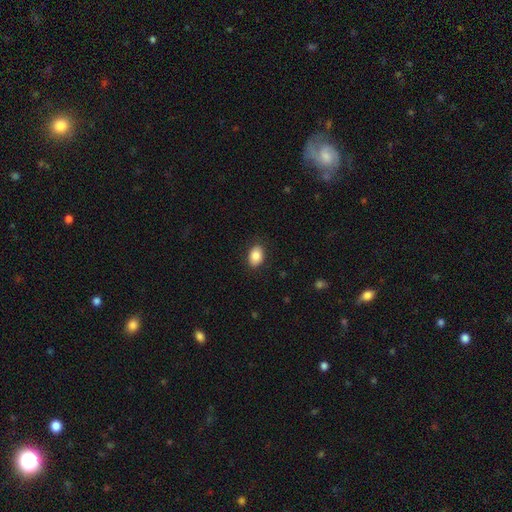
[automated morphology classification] Smooth or featured? smooth (87%)
How rounded? in between (82%)
Merging? none (87%)